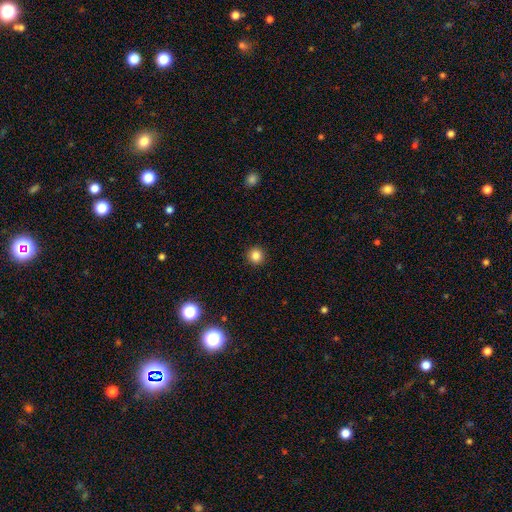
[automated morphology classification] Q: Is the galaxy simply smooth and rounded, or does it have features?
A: smooth — 84%.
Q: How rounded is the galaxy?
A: round — 95%.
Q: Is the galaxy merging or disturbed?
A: none — 93%.